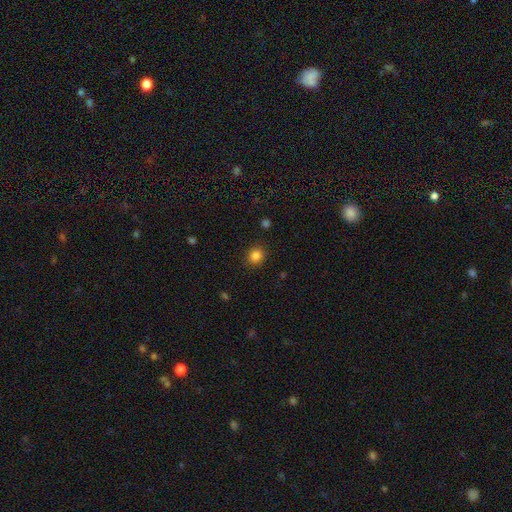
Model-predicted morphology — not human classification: A smooth galaxy with no disk features (84%) that is round (85%).

Vote fractions:
- Smooth or featured? smooth: 84% / star or artifact: 12% / featured or disk: 4%
- How rounded? round: 85% / in between: 14% / cigar-shaped: 1%
- Merging? none: 89% / minor disturbance: 7% / major disturbance: 2% / merger: 1%